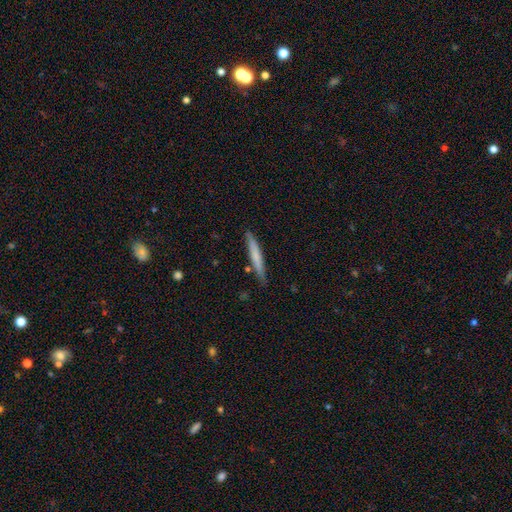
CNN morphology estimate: Smooth or featured: smooth — 65% (featured or disk — 29%)
How rounded: cigar-shaped — 95% (in between — 4%)
Merging: none — 85% (minor disturbance — 11%)